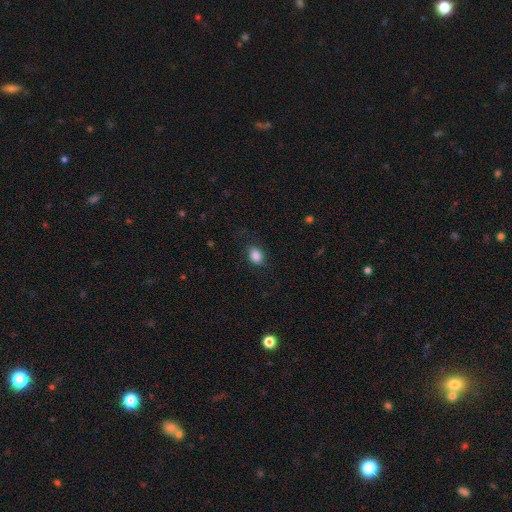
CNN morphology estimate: Smooth or featured?
  - smooth: 86% *
  - star or artifact: 9%
  - featured or disk: 5%
How rounded?
  - in between: 71% *
  - round: 27%
  - cigar-shaped: 1%
Merging?
  - none: 81% *
  - minor disturbance: 13%
  - major disturbance: 4%
  - merger: 1%